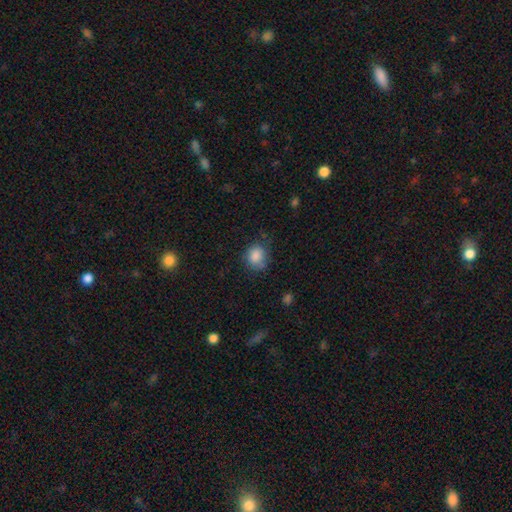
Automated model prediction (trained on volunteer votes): Smooth or featured?
  - smooth: 86% *
  - star or artifact: 9%
  - featured or disk: 6%
How rounded?
  - round: 67% *
  - in between: 32%
  - cigar-shaped: 1%
Merging?
  - none: 67% *
  - minor disturbance: 24%
  - major disturbance: 7%
  - merger: 2%